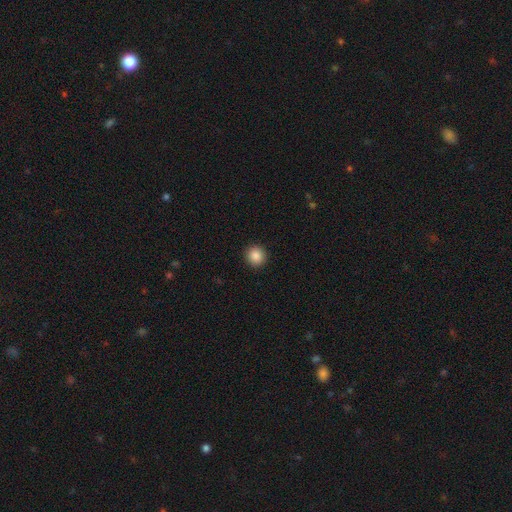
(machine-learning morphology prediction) smooth 87%, star or artifact 9%, featured or disk 3%. Down the decision tree: how rounded — round (93%); merging — none (93%).